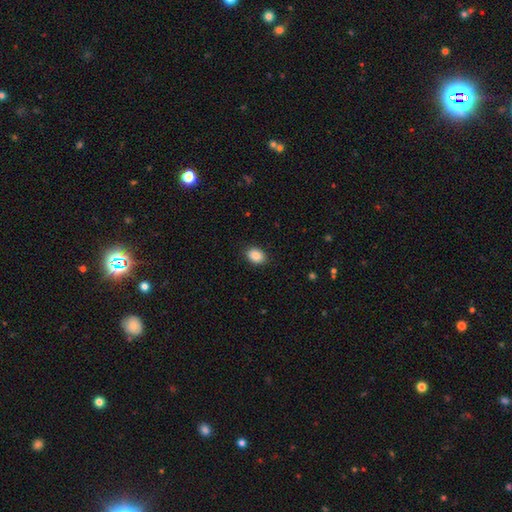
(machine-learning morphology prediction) smooth 87%, star or artifact 8%, featured or disk 5%. Down the decision tree: how rounded — in between (72%); merging — none (88%).